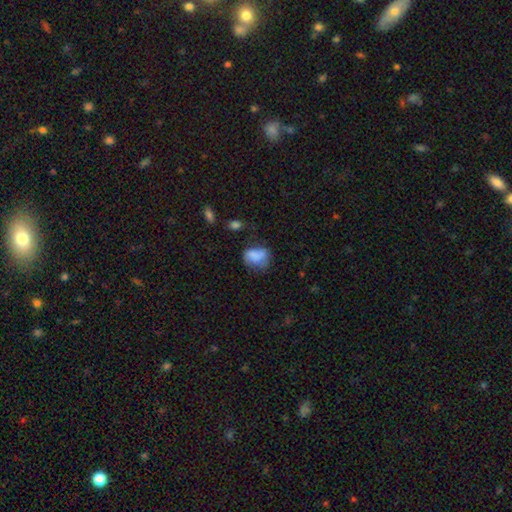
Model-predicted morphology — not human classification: Smooth or featured? smooth (75%)
How rounded? in between (70%)
Merging? none (40%)